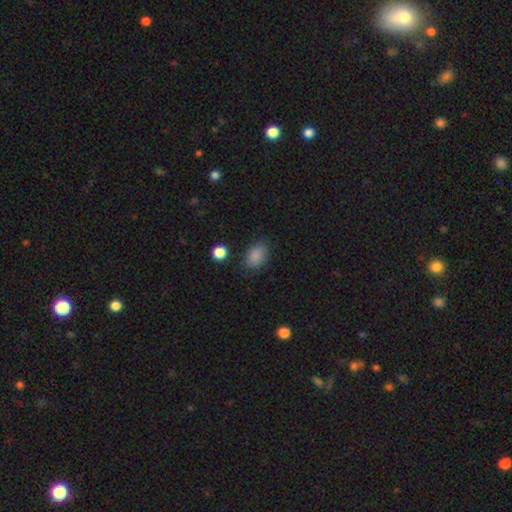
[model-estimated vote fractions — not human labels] Q: Smooth or featured?
A: smooth (86%); runner-up: star or artifact (10%)
Q: How rounded?
A: in between (81%); runner-up: round (18%)
Q: Merging?
A: none (79%); runner-up: minor disturbance (15%)